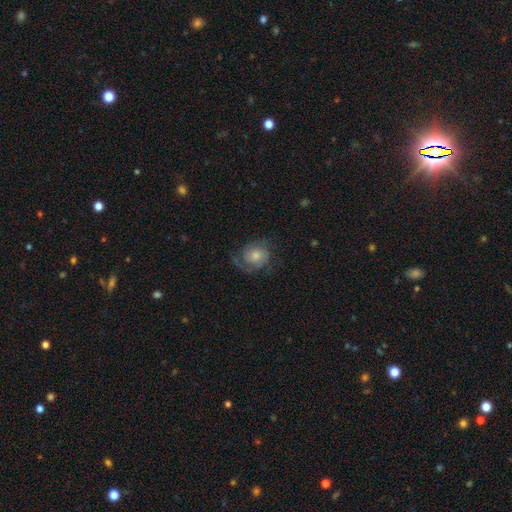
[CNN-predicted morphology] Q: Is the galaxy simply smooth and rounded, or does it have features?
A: featured or disk — 67%.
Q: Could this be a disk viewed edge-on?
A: no — 97%.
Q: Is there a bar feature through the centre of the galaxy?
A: no — 74%.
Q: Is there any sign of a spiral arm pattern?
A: yes — 92%.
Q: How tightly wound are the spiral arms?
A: tight — 44%.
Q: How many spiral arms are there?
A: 2 — 50%.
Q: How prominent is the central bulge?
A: moderate — 52%.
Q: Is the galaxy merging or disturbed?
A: none — 67%.